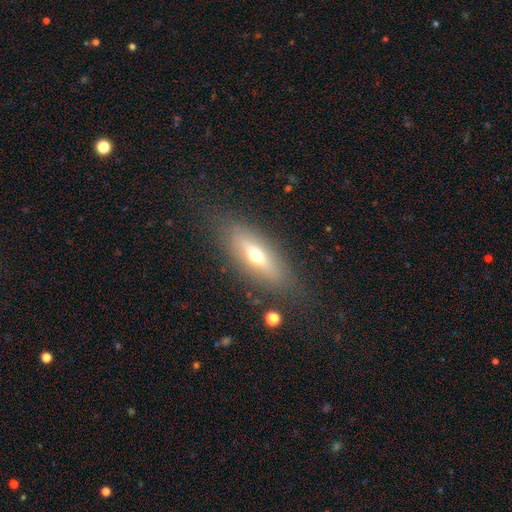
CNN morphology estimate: A smooth galaxy with no disk features (48%). Merging: none (79%).